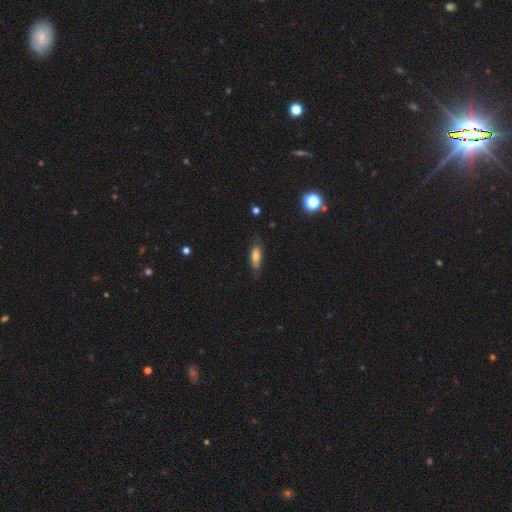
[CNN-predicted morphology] A smooth galaxy with no disk features (71%) that is in between round and cigar-shaped (62%).

Vote fractions:
- Smooth or featured? smooth: 71% / featured or disk: 21% / star or artifact: 8%
- How rounded? in between: 62% / cigar-shaped: 35% / round: 3%
- Merging? none: 73% / minor disturbance: 21% / major disturbance: 5% / merger: 1%